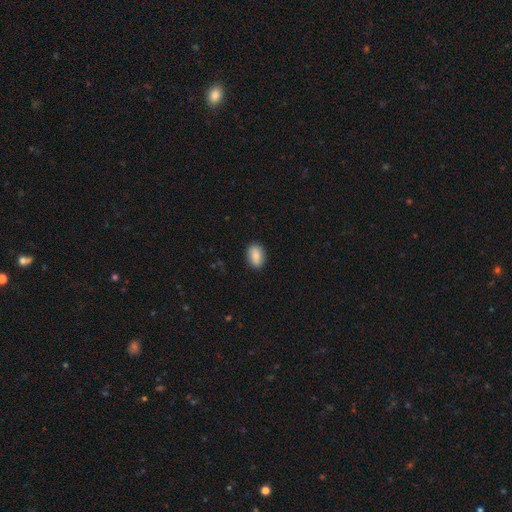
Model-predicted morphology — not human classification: Smooth or featured: smooth — 83% (featured or disk — 9%)
How rounded: in between — 85% (round — 14%)
Merging: none — 88% (minor disturbance — 9%)